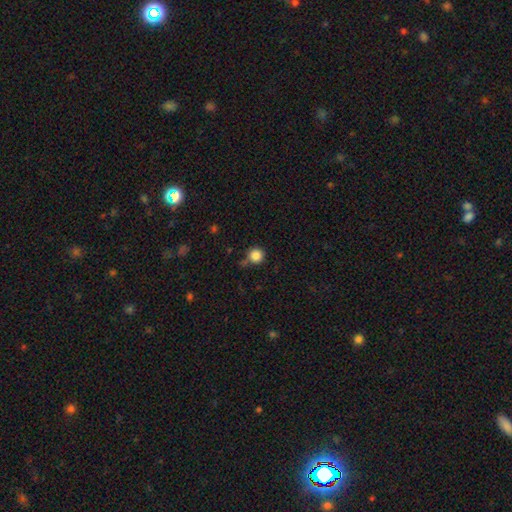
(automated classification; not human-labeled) This appears to be a smooth galaxy with no disk features (85%) that is round (95%). Merging: none (77%).